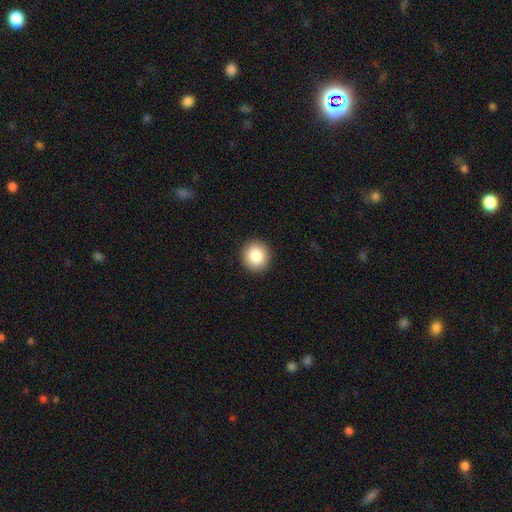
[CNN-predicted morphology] Smooth or featured? smooth (87%)
How rounded? round (90%)
Merging? none (93%)